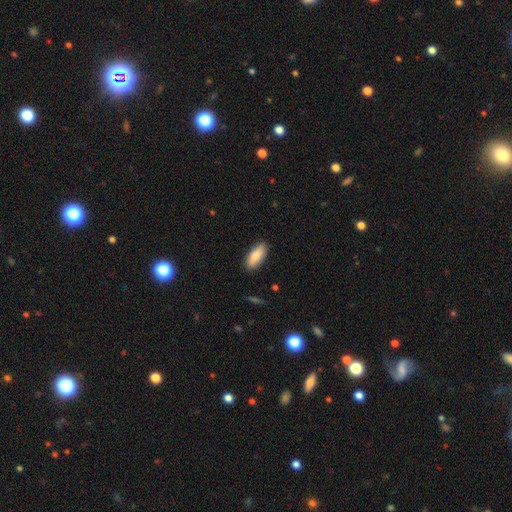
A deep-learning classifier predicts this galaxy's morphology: Overall: smooth (87%). How rounded: in between (84%). Merging: none (87%).